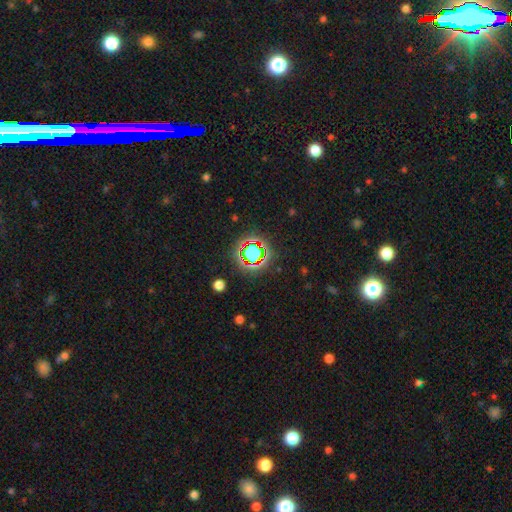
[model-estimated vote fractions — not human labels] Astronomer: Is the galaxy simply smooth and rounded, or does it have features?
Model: star or artifact — 64%.